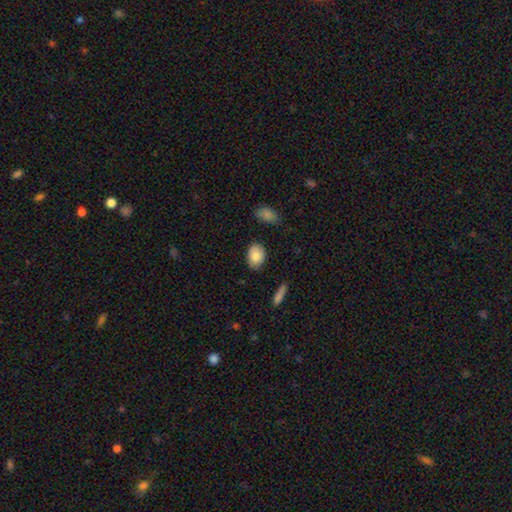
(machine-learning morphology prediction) smooth-or-featured: smooth: 83% | featured or disk: 10% | star or artifact: 7%
  how-rounded: in between: 76% | round: 22% | cigar-shaped: 1%
  merging: none: 81% | minor disturbance: 15% | major disturbance: 3% | merger: 2%